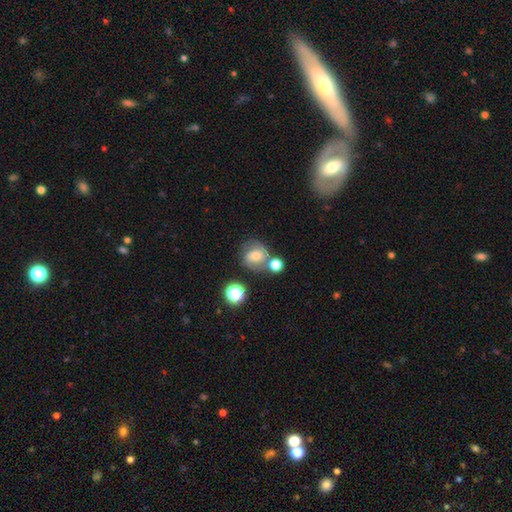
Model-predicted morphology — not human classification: Overall: smooth (48%; featured or disk 39%). Merging: none (54%; merger 21%).